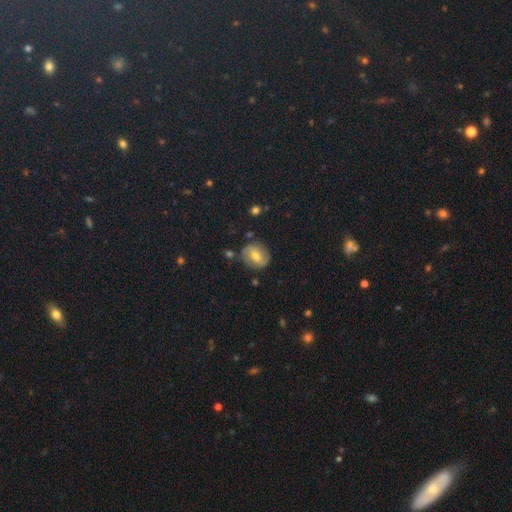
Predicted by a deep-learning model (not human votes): Smooth or featured? Predicted: smooth (p=0.54). How rounded? Predicted: round (p=0.67). Merging? Predicted: none (p=0.77).